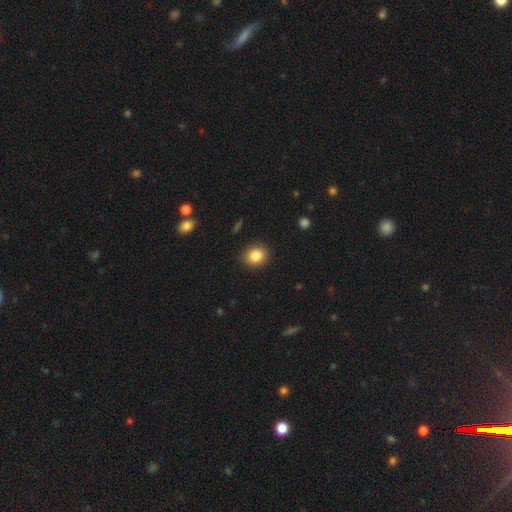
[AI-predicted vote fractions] Morphology: type=smooth (85%); roundness=round (69%); merging=none (89%).